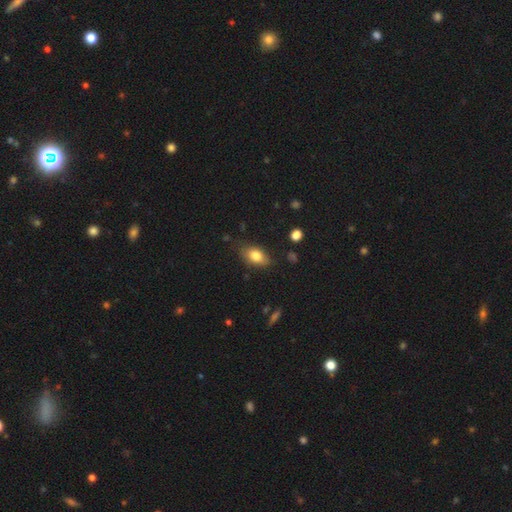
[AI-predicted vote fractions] This is likely a smooth galaxy (78%). How rounded: clearly in between (86%). Merging: likely none (77%).